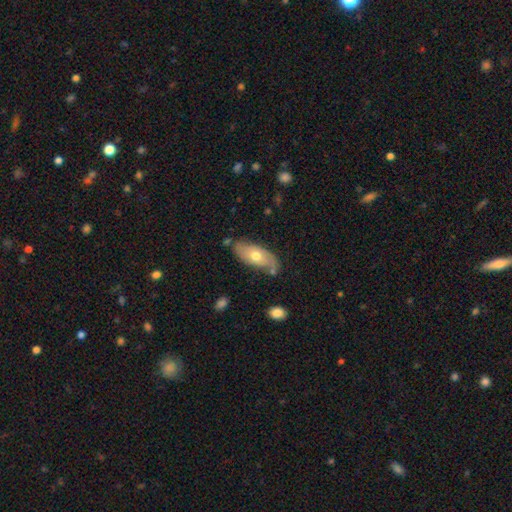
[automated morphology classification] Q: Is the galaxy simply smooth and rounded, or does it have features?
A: smooth — 51%.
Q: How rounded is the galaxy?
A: in between — 87%.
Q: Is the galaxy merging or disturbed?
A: none — 66%.